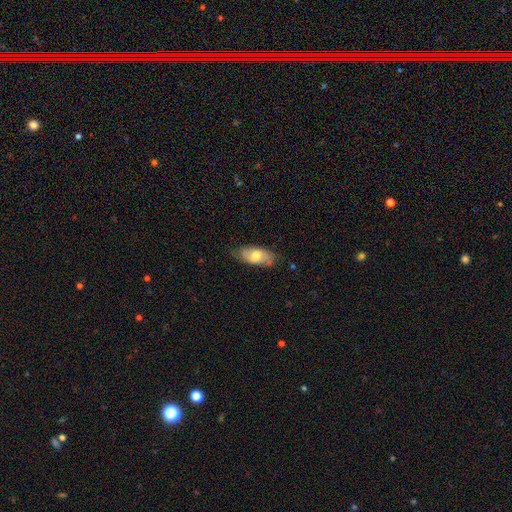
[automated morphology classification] This appears to be a smooth galaxy with no disk features (63%) that is in between round and cigar-shaped (88%). Merging: none (73%).